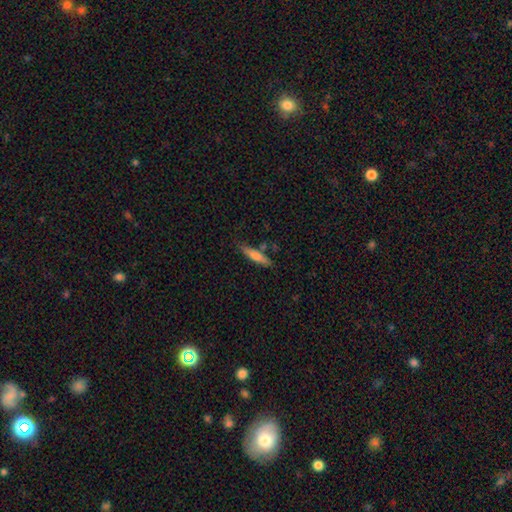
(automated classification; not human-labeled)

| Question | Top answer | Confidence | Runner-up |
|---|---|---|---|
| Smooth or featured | smooth | 63% | featured or disk (31%) |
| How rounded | cigar-shaped | 86% | in between (12%) |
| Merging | none | 75% | minor disturbance (14%) |